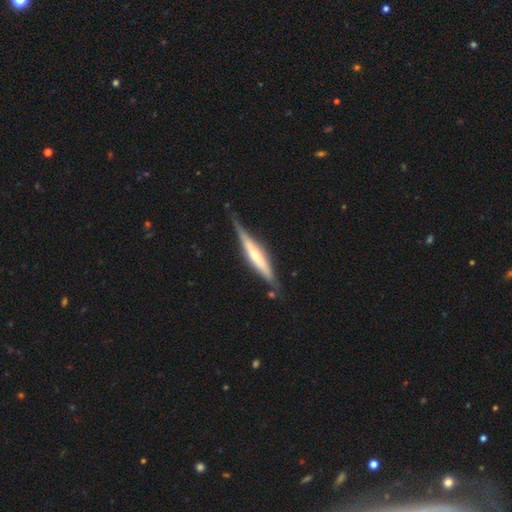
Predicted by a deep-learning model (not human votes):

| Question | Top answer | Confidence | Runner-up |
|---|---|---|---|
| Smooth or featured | featured or disk | 62% | smooth (33%) |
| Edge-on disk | yes | 95% | no (5%) |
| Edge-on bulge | rounded | 62% | none (23%) |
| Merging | none | 73% | minor disturbance (20%) |